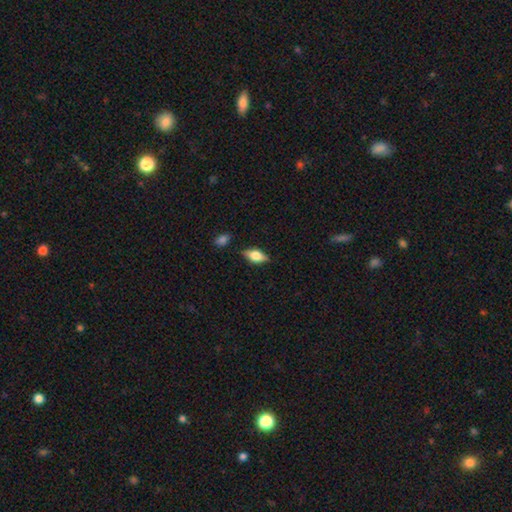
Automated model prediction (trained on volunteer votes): Morphology: type=smooth (55%); roundness=in between (81%); merging=none (84%).